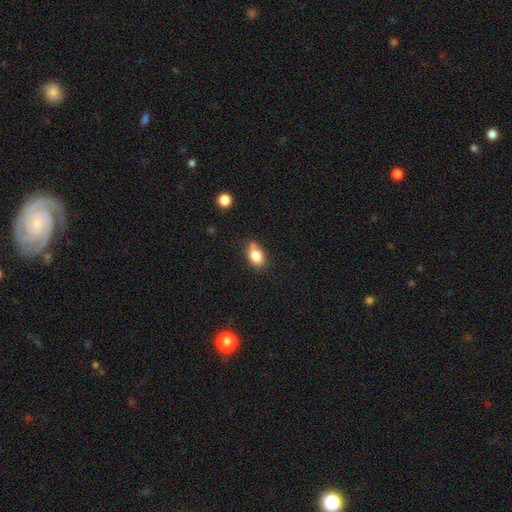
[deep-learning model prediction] smooth 82%, star or artifact 9%, featured or disk 9%. Down the decision tree: how rounded — in between (80%); merging — none (61%).